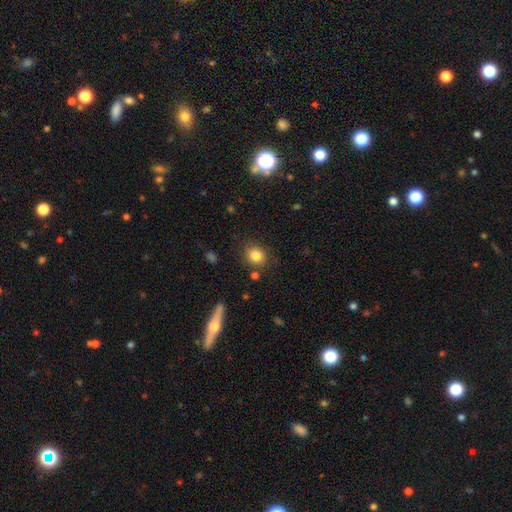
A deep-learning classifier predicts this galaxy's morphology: The model was most divided on "how rounded": round: 78%, in between: 21%, cigar-shaped: 1%. More confident: smooth or featured — smooth (83%); merging — none (83%).